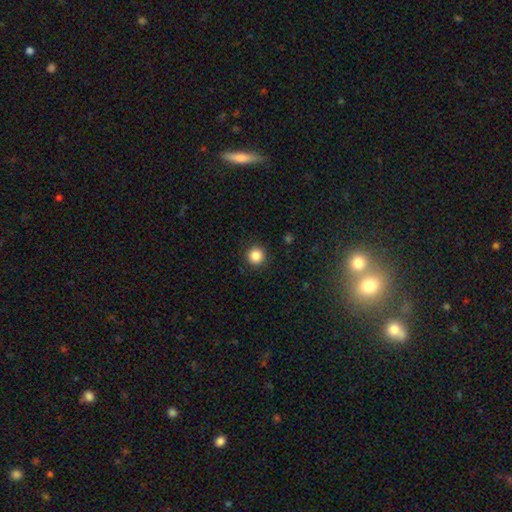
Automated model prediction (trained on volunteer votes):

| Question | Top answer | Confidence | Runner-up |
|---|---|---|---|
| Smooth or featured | smooth | 86% | star or artifact (11%) |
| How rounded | round | 95% | in between (4%) |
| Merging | none | 92% | minor disturbance (5%) |